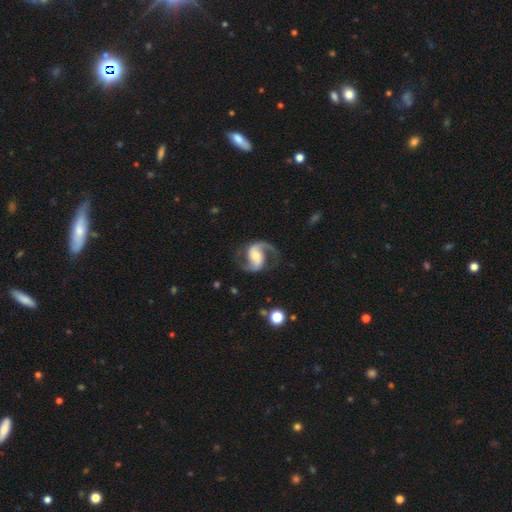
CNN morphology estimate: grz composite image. It shows a featured or disk galaxy (91%) with a weak bar (37%), 2 (93%) medium (53%) spiral arms (98%) and a moderate central bulge (59%). Merging: none (79%).